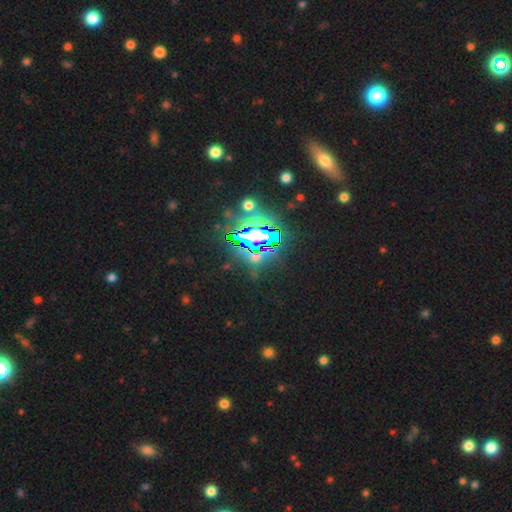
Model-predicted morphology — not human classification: Smooth or featured? star or artifact (78%)